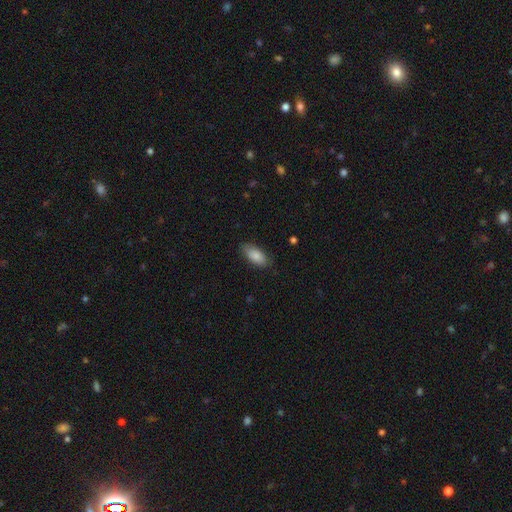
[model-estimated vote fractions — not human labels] Smooth or featured? Predicted: smooth (p=0.85). How rounded? Predicted: in between (p=0.90). Merging? Predicted: none (p=0.80).